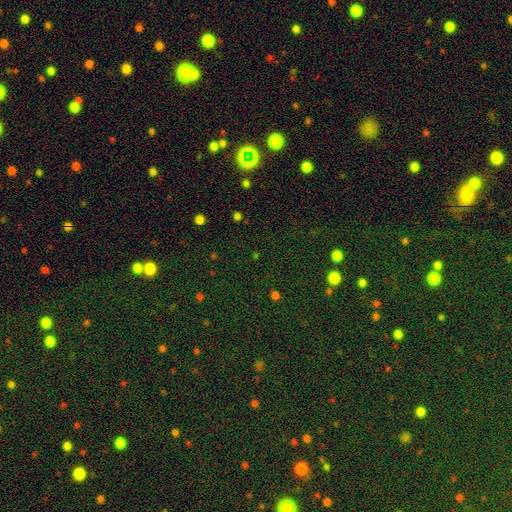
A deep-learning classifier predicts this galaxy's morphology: Smooth or featured?
  - star or artifact: 69% *
  - smooth: 23%
  - featured or disk: 8%